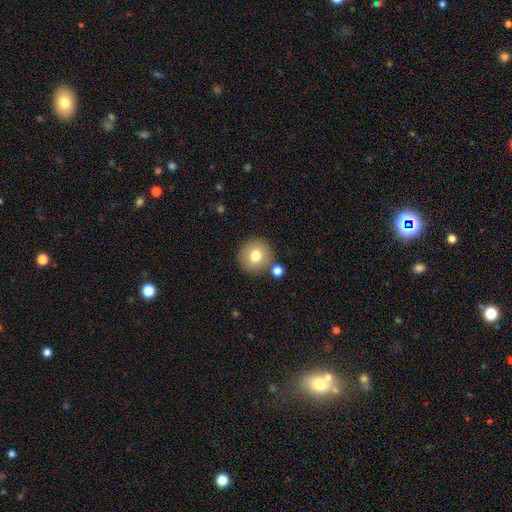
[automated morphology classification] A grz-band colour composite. It shows a smooth galaxy with no disk features (77%) that is round (94%). Merging: none (80%).